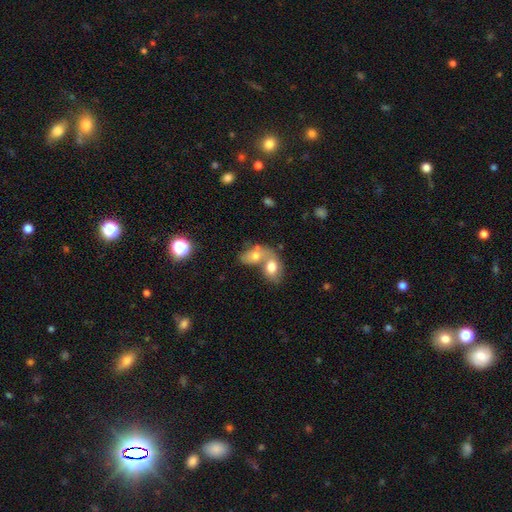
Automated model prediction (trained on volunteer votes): Smooth or featured?
  - smooth: 58% *
  - featured or disk: 28%
  - star or artifact: 14%
How rounded?
  - in between: 73% *
  - round: 24%
  - cigar-shaped: 3%
Merging?
  - merger: 69% *
  - none: 20%
  - minor disturbance: 6%
  - major disturbance: 5%